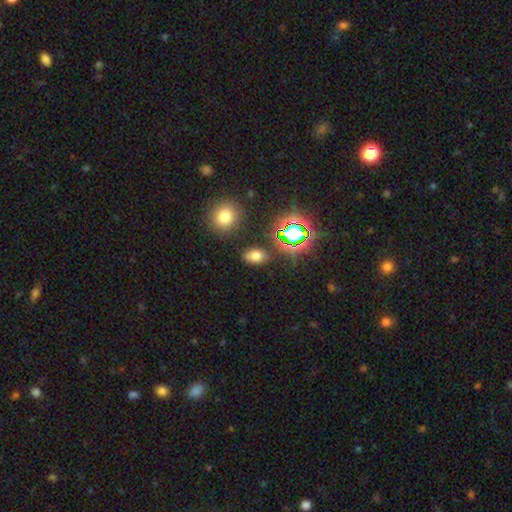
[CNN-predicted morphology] smooth-or-featured: smooth: 65% | star or artifact: 26% | featured or disk: 8%
  how-rounded: in between: 82% | round: 16% | cigar-shaped: 2%
  merging: none: 81% | minor disturbance: 11% | merger: 4% | major disturbance: 4%